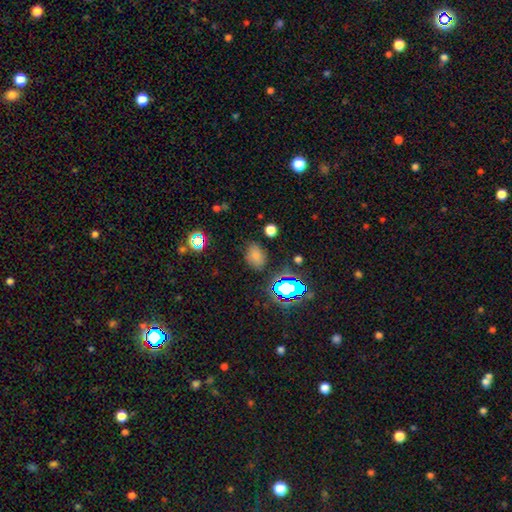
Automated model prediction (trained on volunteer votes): This appears to be a smooth galaxy with no disk features (70%) that is in between round and cigar-shaped (67%). Merging: none (76%).